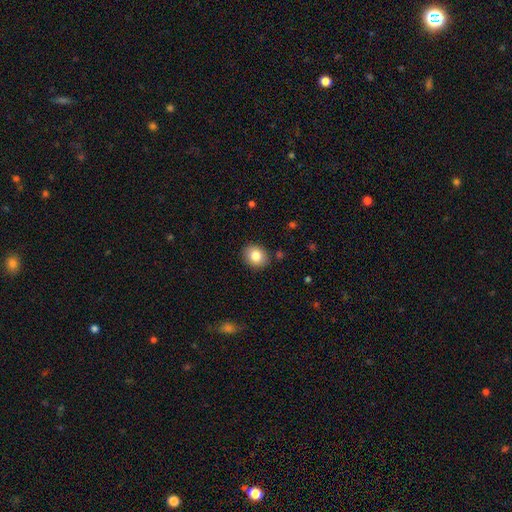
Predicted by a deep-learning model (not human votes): Smooth or featured: smooth — 83% (star or artifact — 9%)
How rounded: round — 57% (in between — 42%)
Merging: none — 88% (minor disturbance — 9%)